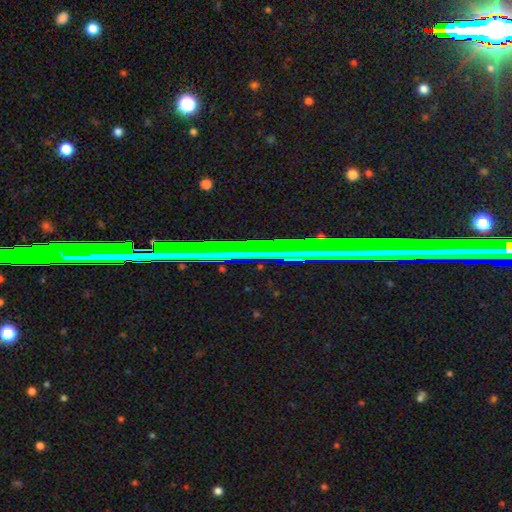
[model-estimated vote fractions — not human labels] Overall: star or artifact (80%).